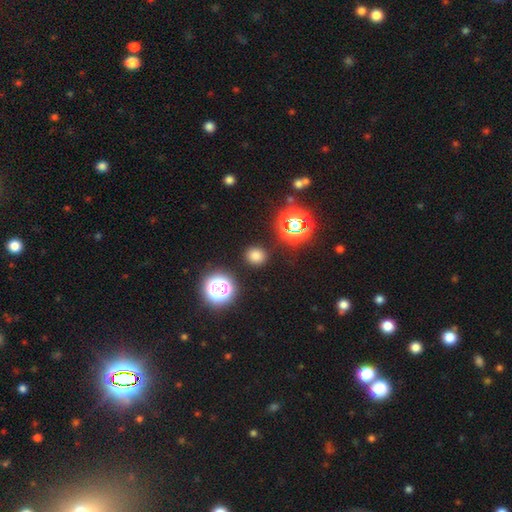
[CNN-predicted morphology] Smooth or featured?
  - smooth: 74% *
  - star or artifact: 21%
  - featured or disk: 5%
How rounded?
  - round: 84% *
  - in between: 15%
  - cigar-shaped: 1%
Merging?
  - none: 89% *
  - minor disturbance: 6%
  - major disturbance: 3%
  - merger: 2%